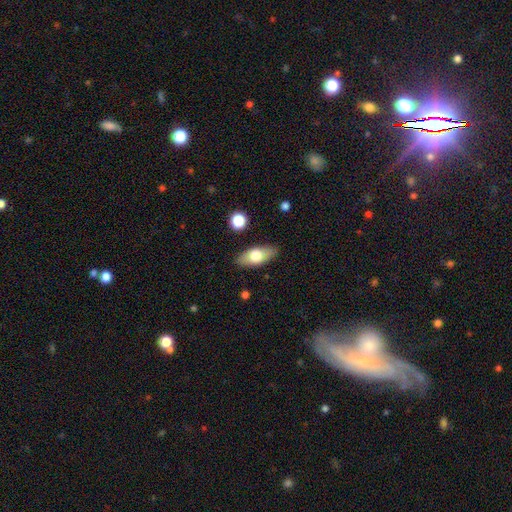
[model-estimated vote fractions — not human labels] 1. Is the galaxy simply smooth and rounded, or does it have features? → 69% smooth, 25% featured or disk, 6% star or artifact.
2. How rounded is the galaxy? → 84% in between, 12% cigar-shaped, 4% round.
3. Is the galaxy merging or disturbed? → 86% none, 10% minor disturbance, 2% major disturbance, 1% merger.